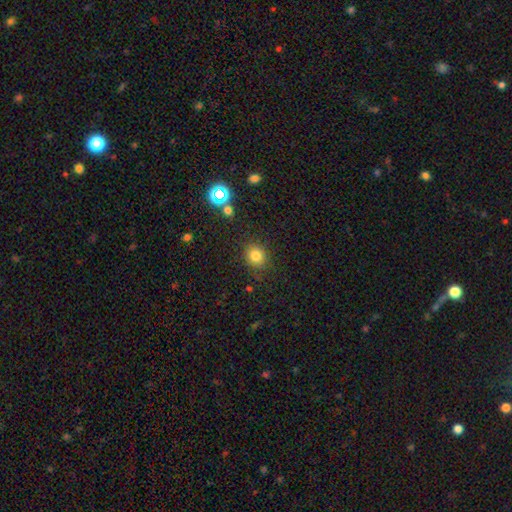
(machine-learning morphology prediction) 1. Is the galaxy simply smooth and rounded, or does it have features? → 79% smooth, 14% star or artifact, 7% featured or disk.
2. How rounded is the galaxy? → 83% round, 16% in between, 1% cigar-shaped.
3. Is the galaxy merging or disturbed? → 86% none, 9% minor disturbance, 3% major disturbance, 2% merger.